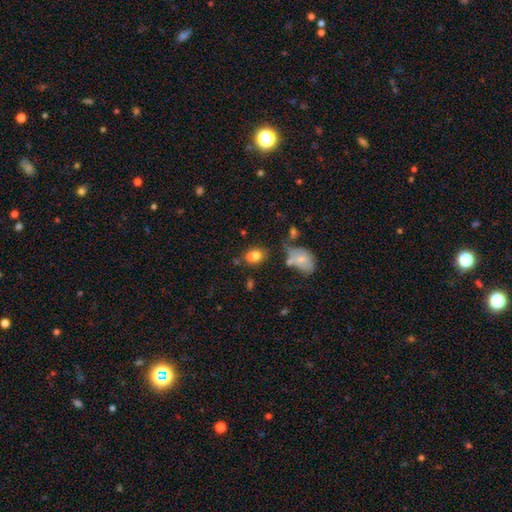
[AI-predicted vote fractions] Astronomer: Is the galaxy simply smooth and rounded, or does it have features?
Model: smooth — 75%.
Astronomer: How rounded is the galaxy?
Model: in between — 70%.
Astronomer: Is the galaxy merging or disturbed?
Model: none — 45% (runner-up: merger, 32%).